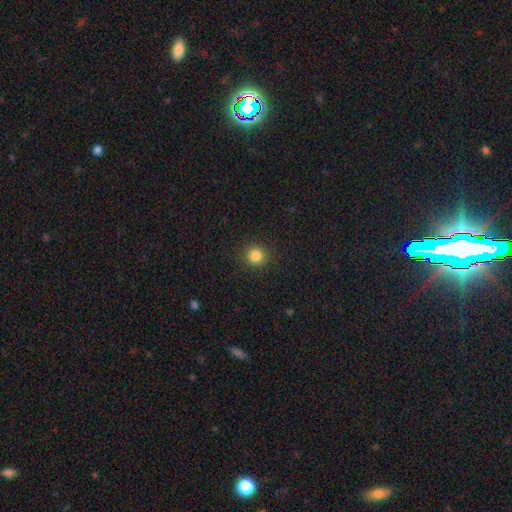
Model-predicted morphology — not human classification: A smooth galaxy with no disk features (84%) that is round (93%).

Vote fractions:
- Smooth or featured? smooth: 84% / star or artifact: 12% / featured or disk: 4%
- How rounded? round: 93% / in between: 6% / cigar-shaped: 1%
- Merging? none: 91% / minor disturbance: 6% / major disturbance: 2% / merger: 1%